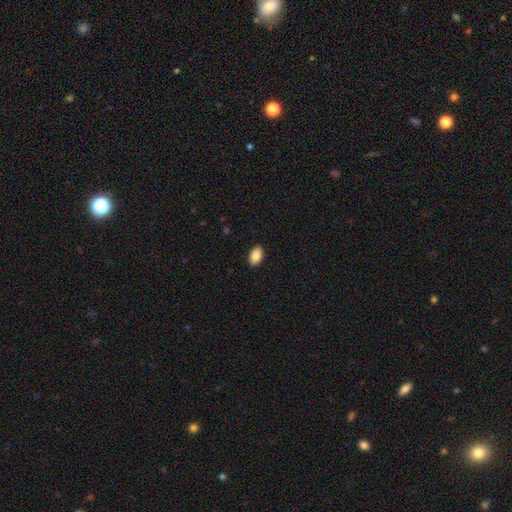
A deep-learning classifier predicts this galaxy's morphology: Smooth or featured? smooth (86%)
How rounded? in between (92%)
Merging? none (90%)